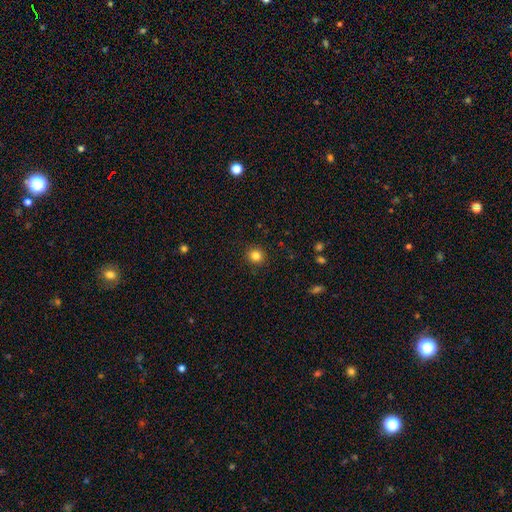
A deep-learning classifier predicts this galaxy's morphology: Smooth or featured? Predicted: smooth (p=0.83). How rounded? Predicted: round (p=0.90). Merging? Predicted: none (p=0.91).